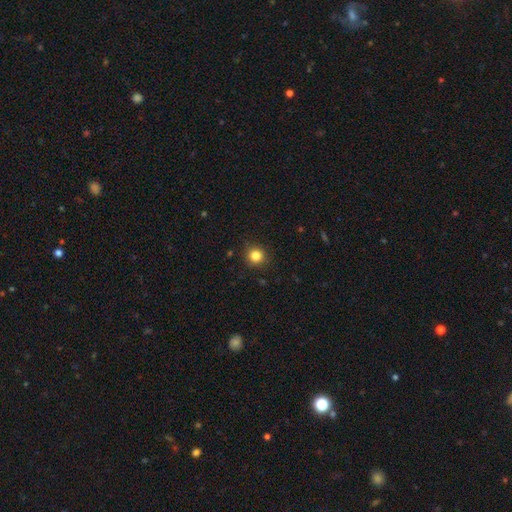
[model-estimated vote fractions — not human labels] Q: Smooth or featured?
A: smooth (83%); runner-up: star or artifact (12%)
Q: How rounded?
A: round (91%); runner-up: in between (8%)
Q: Merging?
A: none (90%); runner-up: minor disturbance (7%)